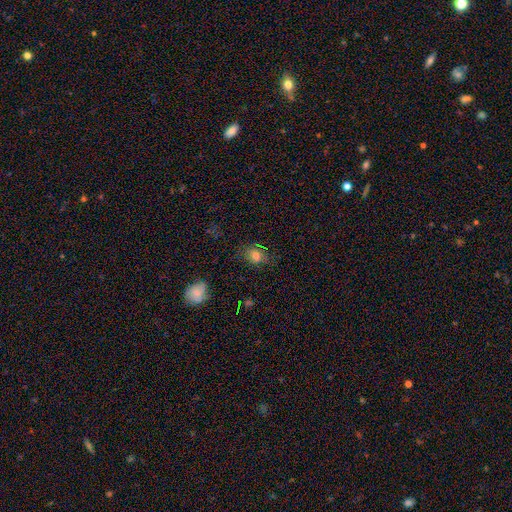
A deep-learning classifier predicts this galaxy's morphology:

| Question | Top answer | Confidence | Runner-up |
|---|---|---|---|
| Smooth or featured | smooth | 70% | star or artifact (17%) |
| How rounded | in between | 60% | round (38%) |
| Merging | none | 74% | minor disturbance (19%) |